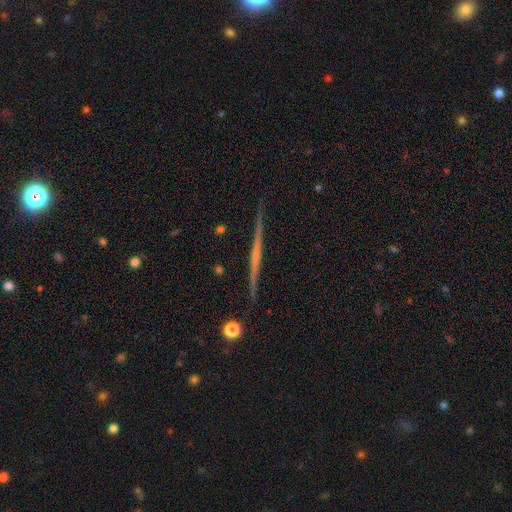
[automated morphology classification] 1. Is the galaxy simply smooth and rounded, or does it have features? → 78% featured or disk, 16% smooth, 6% star or artifact.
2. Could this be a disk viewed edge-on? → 98% yes, 2% no.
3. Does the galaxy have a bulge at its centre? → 58% none, 34% rounded, 8% boxy.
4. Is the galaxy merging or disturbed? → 91% none, 6% minor disturbance, 1% major disturbance, 1% merger.